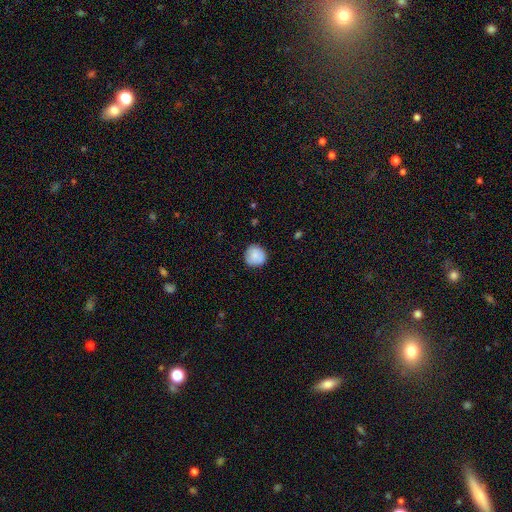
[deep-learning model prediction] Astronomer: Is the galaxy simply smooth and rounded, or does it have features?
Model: smooth — 85%.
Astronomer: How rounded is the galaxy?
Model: round — 92%.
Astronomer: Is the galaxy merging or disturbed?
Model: none — 84%.